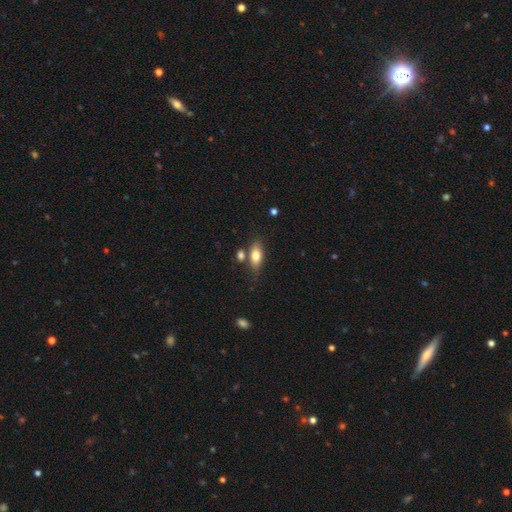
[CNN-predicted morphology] Overall: smooth (76%). How rounded: in between (80%). Merging: none (64%).